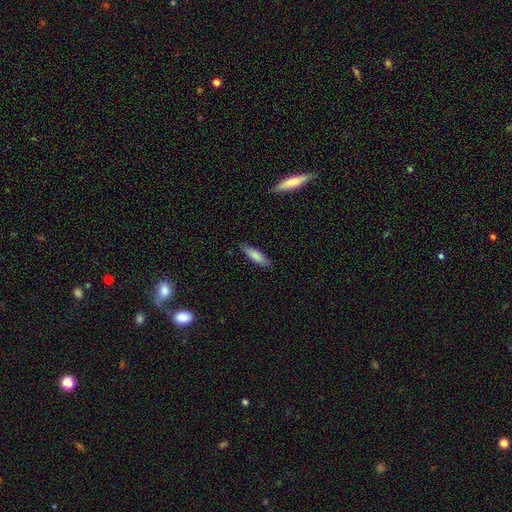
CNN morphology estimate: This is clearly a smooth galaxy (82%). How rounded: likely cigar-shaped (61%). Merging: clearly none (85%).